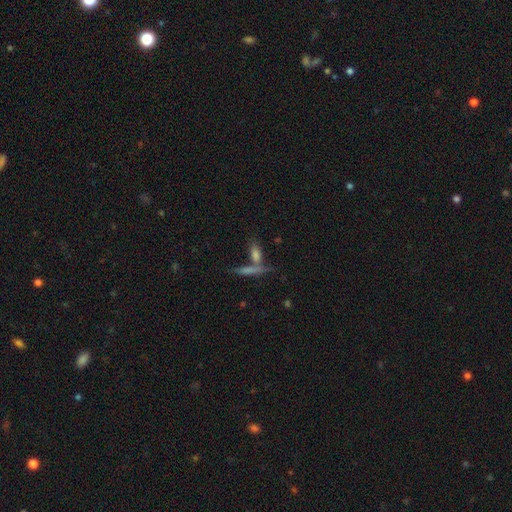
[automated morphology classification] This appears to be a smooth galaxy with no disk features (61%) that is cigar-shaped (57%). Merging: none (53%).